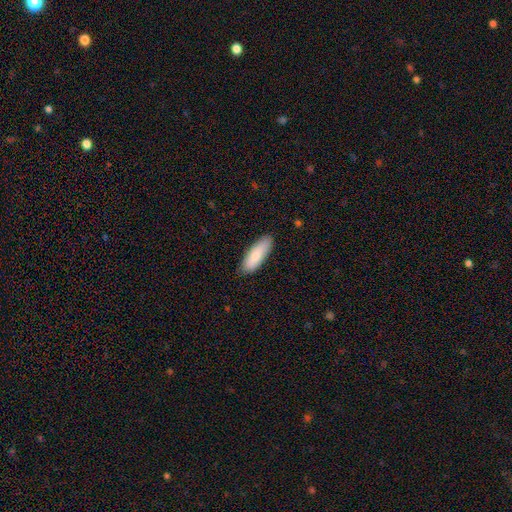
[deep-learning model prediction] A smooth galaxy with no disk features (84%) that is in between round and cigar-shaped (63%).

Vote fractions:
- Smooth or featured? smooth: 84% / featured or disk: 11% / star or artifact: 6%
- How rounded? in between: 63% / cigar-shaped: 35% / round: 2%
- Merging? none: 84% / minor disturbance: 13% / major disturbance: 2% / merger: 1%